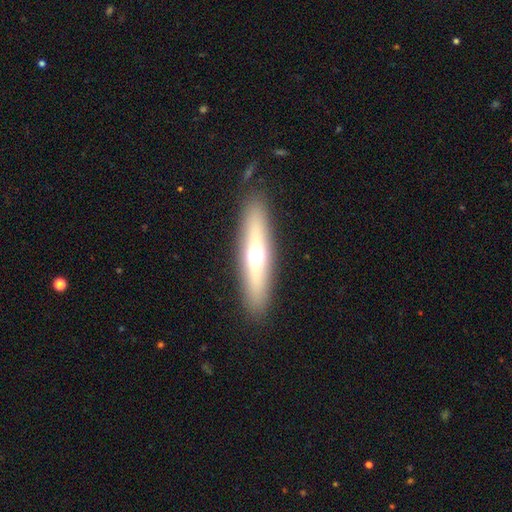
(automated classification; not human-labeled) A smooth galaxy with no disk features (49%). Merging: none (89%).